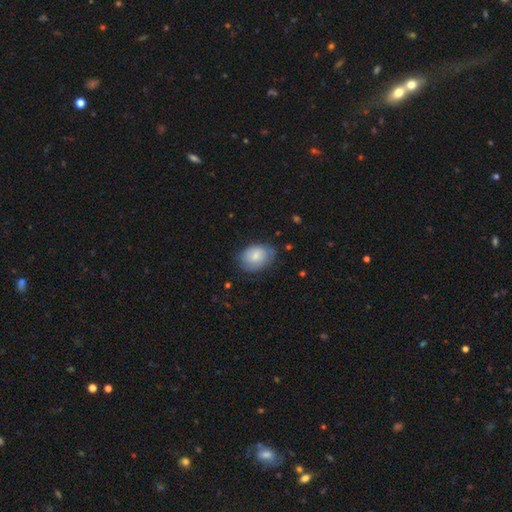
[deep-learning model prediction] Morphology: type=smooth (70%); roundness=in between (76%); merging=none (69%).